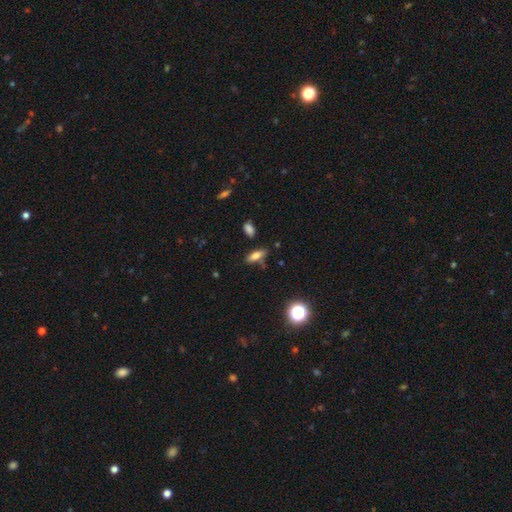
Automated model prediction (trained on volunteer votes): smooth_or_featured: smooth (p=0.71) [alt: featured or disk p=0.16]
how_rounded: in between (p=0.69) [alt: cigar-shaped p=0.27]
merging: none (p=0.72) [alt: minor disturbance p=0.17]